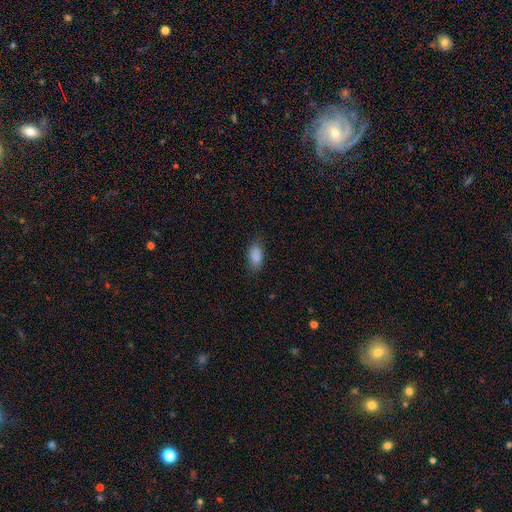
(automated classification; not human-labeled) Smooth or featured? smooth (87%)
How rounded? in between (90%)
Merging? none (75%)